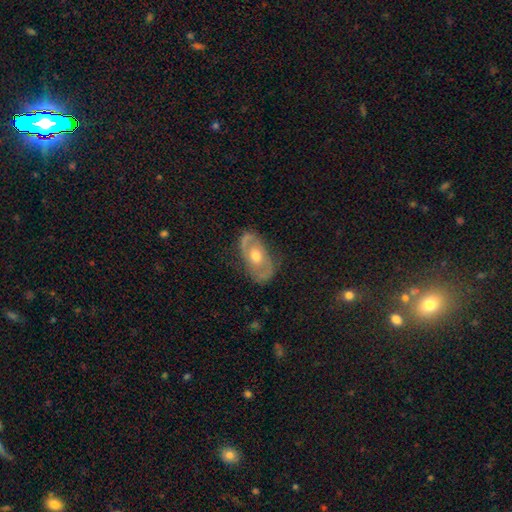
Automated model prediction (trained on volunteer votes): Smooth or featured: featured or disk — 70% (smooth — 24%)
Edge-on disk: no — 92% (yes — 8%)
Bar: no — 74% (weak — 20%)
Spiral arms: yes — 66% (no — 34%)
Bulge size: moderate — 75% (large — 14%)
Merging: none — 77% (minor disturbance — 16%)